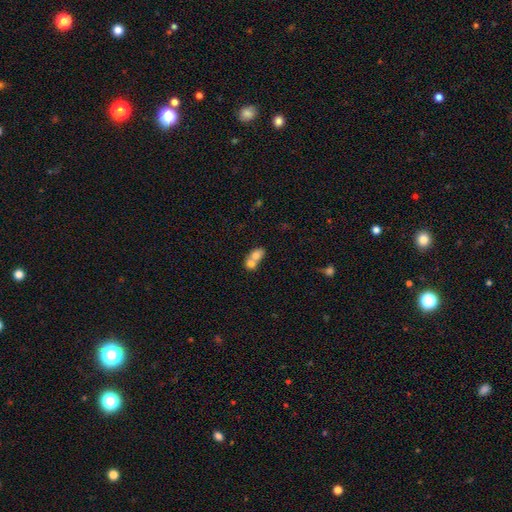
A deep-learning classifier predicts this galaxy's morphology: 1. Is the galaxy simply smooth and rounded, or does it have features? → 71% smooth, 21% featured or disk, 8% star or artifact.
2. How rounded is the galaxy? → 57% in between, 41% round, 2% cigar-shaped.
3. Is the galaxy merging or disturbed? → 74% merger, 18% none, 5% minor disturbance, 3% major disturbance.